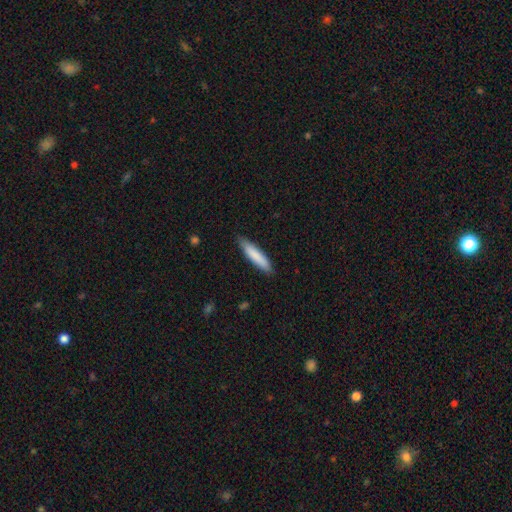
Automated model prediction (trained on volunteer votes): smooth-or-featured: smooth: 83% | featured or disk: 12% | star or artifact: 5%
  how-rounded: cigar-shaped: 83% | in between: 15% | round: 1%
  merging: none: 86% | minor disturbance: 12% | major disturbance: 2% | merger: 1%